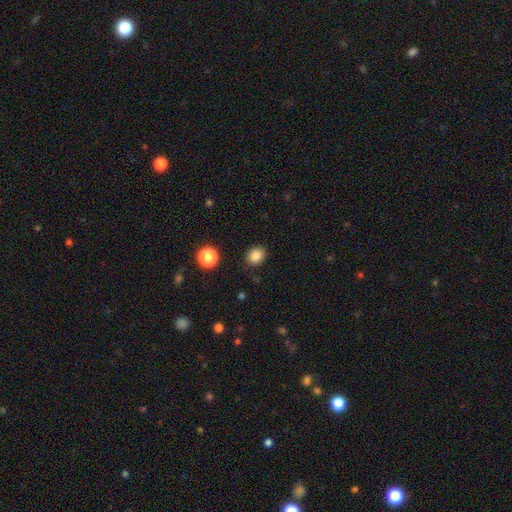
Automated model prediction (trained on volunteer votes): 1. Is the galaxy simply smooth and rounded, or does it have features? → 85% smooth, 11% star or artifact, 4% featured or disk.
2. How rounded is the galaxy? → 67% round, 33% in between, 1% cigar-shaped.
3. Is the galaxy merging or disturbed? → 87% none, 9% minor disturbance, 3% major disturbance, 2% merger.